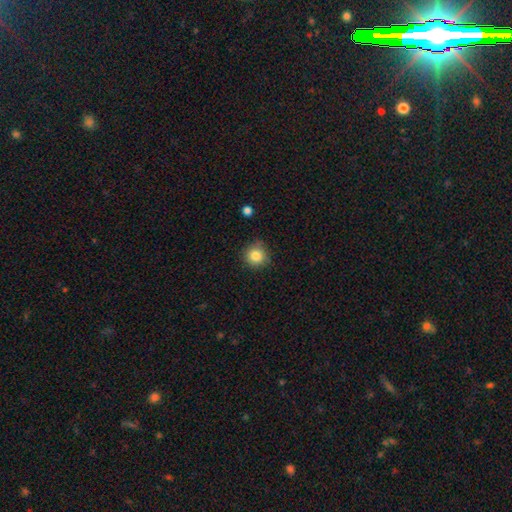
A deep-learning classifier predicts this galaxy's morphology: Overall: smooth (83%). How rounded: round (93%). Merging: none (81%).